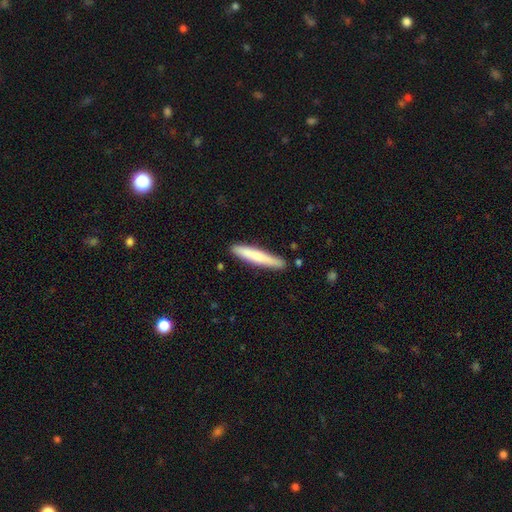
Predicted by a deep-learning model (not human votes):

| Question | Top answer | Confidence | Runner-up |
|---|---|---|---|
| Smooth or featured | smooth | 72% | featured or disk (23%) |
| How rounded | cigar-shaped | 93% | in between (5%) |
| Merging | none | 87% | minor disturbance (9%) |